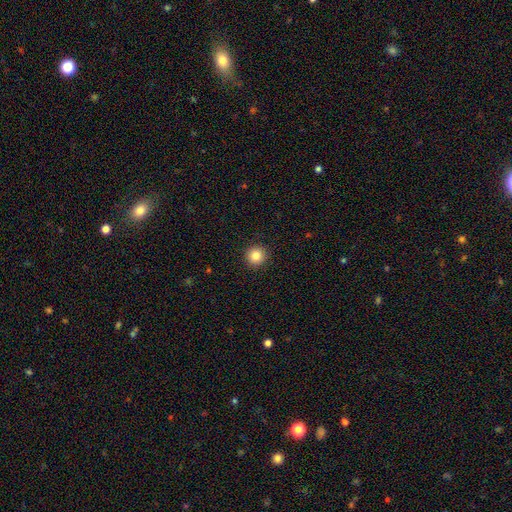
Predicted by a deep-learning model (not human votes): A smooth galaxy with no disk features (84%) that is round (95%).

Vote fractions:
- Smooth or featured? smooth: 84% / star or artifact: 11% / featured or disk: 5%
- How rounded? round: 95% / in between: 4% / cigar-shaped: 1%
- Merging? none: 93% / minor disturbance: 5% / major disturbance: 2% / merger: 1%